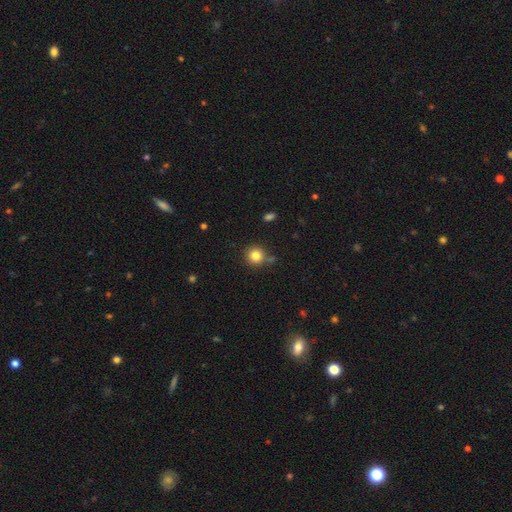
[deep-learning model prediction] Smooth or featured?
  - smooth: 82% *
  - star or artifact: 12%
  - featured or disk: 7%
How rounded?
  - round: 93% *
  - in between: 7%
  - cigar-shaped: 1%
Merging?
  - none: 78% *
  - minor disturbance: 11%
  - merger: 8%
  - major disturbance: 3%